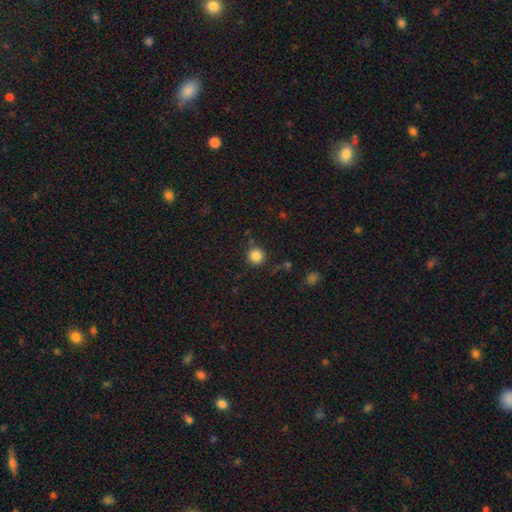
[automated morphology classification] This is clearly a smooth galaxy (85%). How rounded: clearly round (95%). Merging: clearly none (85%).